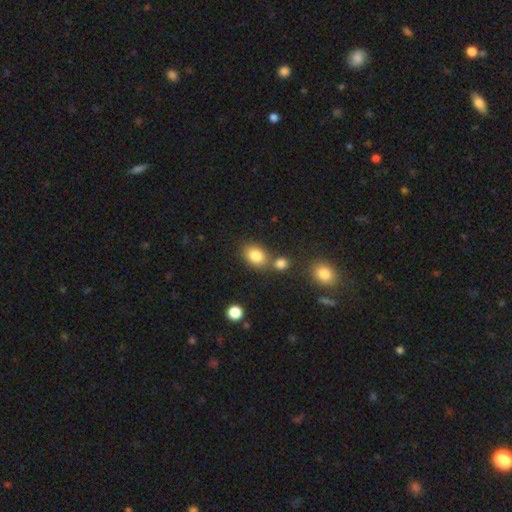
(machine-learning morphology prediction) Smooth or featured?
  - smooth: 83% *
  - star or artifact: 10%
  - featured or disk: 8%
How rounded?
  - in between: 71% *
  - round: 28%
  - cigar-shaped: 1%
Merging?
  - none: 62% *
  - merger: 22%
  - minor disturbance: 12%
  - major disturbance: 4%